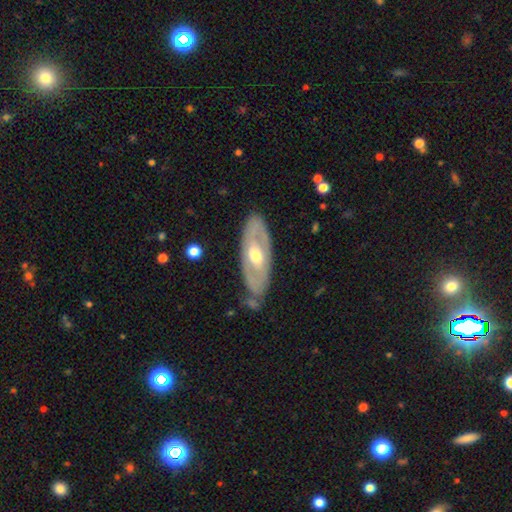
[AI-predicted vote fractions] featured or disk 66%, smooth 29%, star or artifact 5%. Down the decision tree: edge-on disk — no (83%); bar — no (53%); spiral arms — no (62%); bulge size — moderate (71%); merging — none (77%).